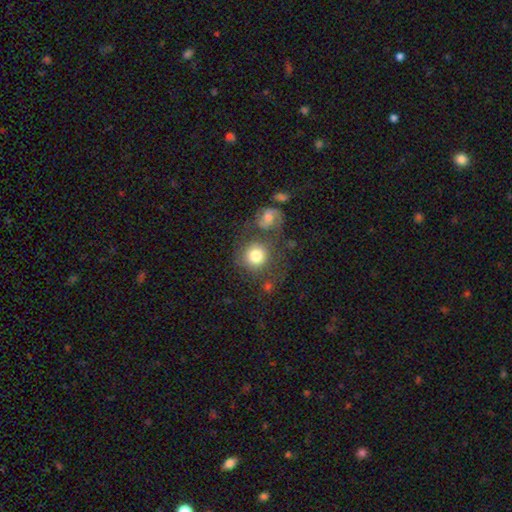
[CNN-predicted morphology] This appears to be a smooth galaxy with no disk features (75%) that is round (90%). Merging: none (57%).